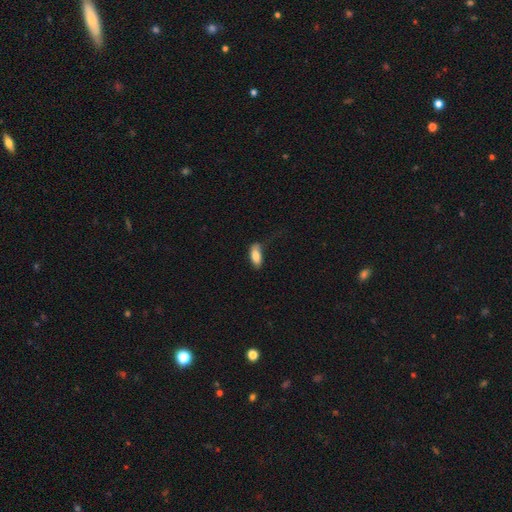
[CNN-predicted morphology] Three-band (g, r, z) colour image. It shows a smooth galaxy with no disk features (83%) that is in between round and cigar-shaped (84%). Merging: none (55%).